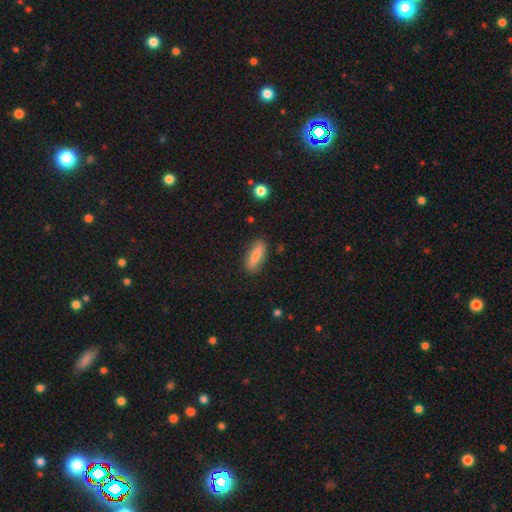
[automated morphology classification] smooth-or-featured: smooth: 79% | featured or disk: 14% | star or artifact: 6%
  how-rounded: in between: 50% | cigar-shaped: 47% | round: 2%
  merging: none: 84% | minor disturbance: 12% | major disturbance: 3% | merger: 2%